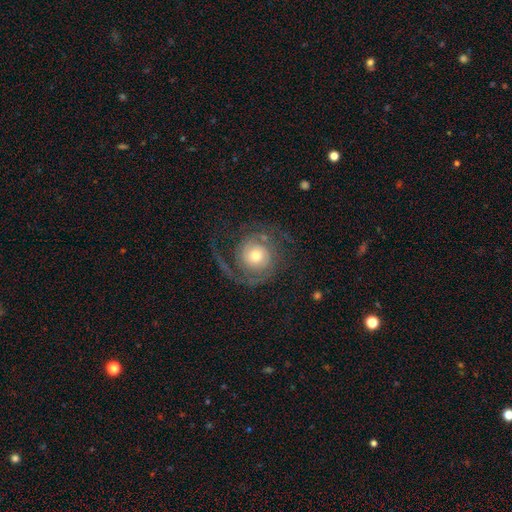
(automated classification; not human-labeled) Smooth or featured: featured or disk — 83% (smooth — 11%)
Edge-on disk: no — 98% (yes — 2%)
Bar: no — 76% (weak — 19%)
Spiral arms: yes — 95% (no — 5%)
Spiral winding: medium — 40% (tight — 38%)
Spiral arm count: 2 — 70% (1 — 11%)
Bulge size: moderate — 58% (small — 28%)
Merging: none — 68% (major disturbance — 18%)